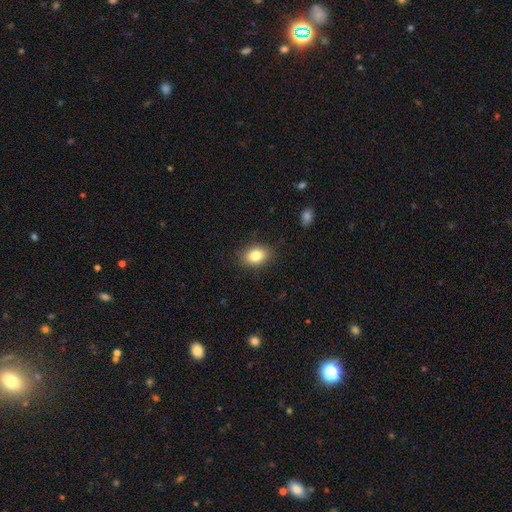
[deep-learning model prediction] Smooth or featured? Predicted: smooth (p=0.83). How rounded? Predicted: in between (p=0.72). Merging? Predicted: none (p=0.86).